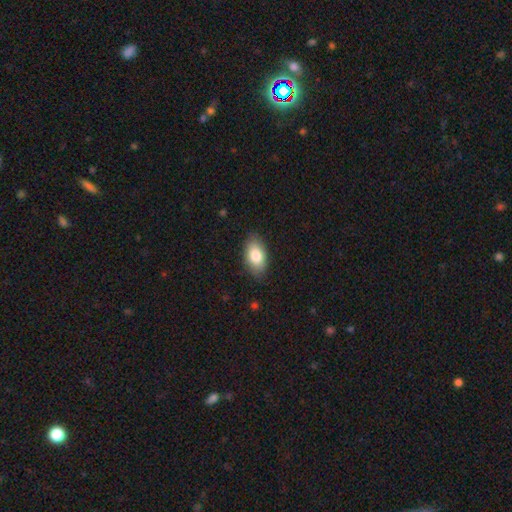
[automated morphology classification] A smooth galaxy with no disk features (82%) that is in between round and cigar-shaped (93%).

Vote fractions:
- Smooth or featured? smooth: 82% / featured or disk: 12% / star or artifact: 7%
- How rounded? in between: 93% / round: 4% / cigar-shaped: 3%
- Merging? none: 85% / minor disturbance: 12% / major disturbance: 2% / merger: 1%